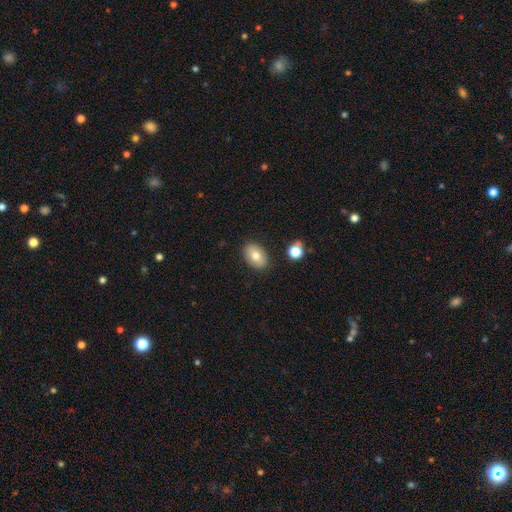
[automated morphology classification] Smooth or featured? smooth (75%)
How rounded? in between (85%)
Merging? none (86%)